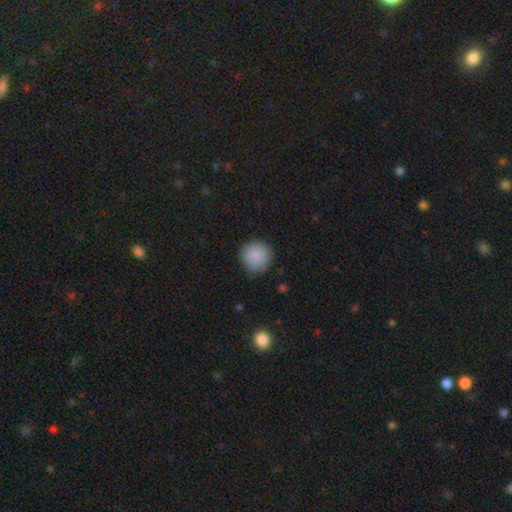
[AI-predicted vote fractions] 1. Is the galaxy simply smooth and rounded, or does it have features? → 89% smooth, 7% star or artifact, 4% featured or disk.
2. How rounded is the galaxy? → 94% round, 5% in between, 1% cigar-shaped.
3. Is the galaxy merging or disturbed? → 88% none, 9% minor disturbance, 2% major disturbance, 1% merger.